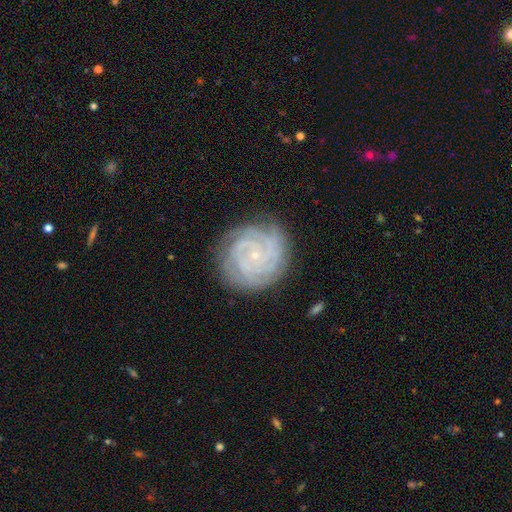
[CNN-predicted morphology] A featured or disk galaxy (84%) with no bar (78%), 3 (24%) tight (84%) spiral arms (97%) and a small central bulge (87%). Merging: none (81%).